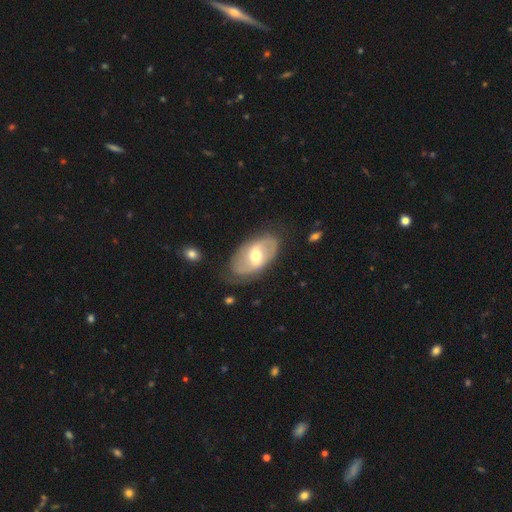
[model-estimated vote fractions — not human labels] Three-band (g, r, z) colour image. It shows a featured or disk galaxy (62%) with a weak bar (49%), spiral arms (68%) and a moderate central bulge (71%). Merging: none (72%).